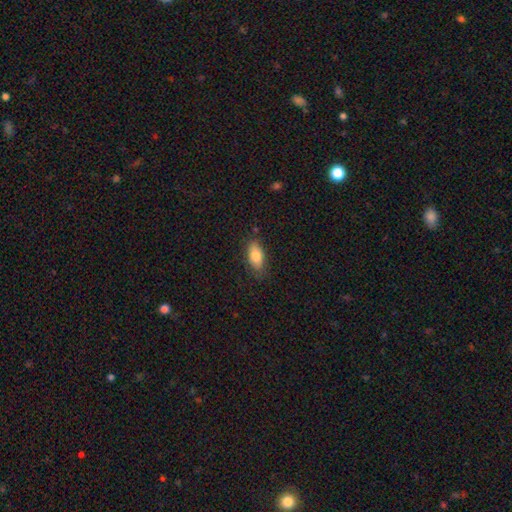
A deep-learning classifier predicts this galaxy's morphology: Smooth or featured? smooth (80%)
How rounded? in between (86%)
Merging? none (80%)